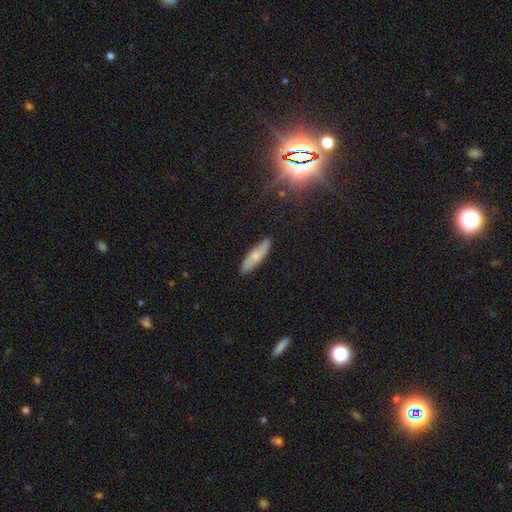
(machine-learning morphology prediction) smooth 66%, featured or disk 27%, star or artifact 7%. Down the decision tree: how rounded — cigar-shaped (68%); merging — none (87%).